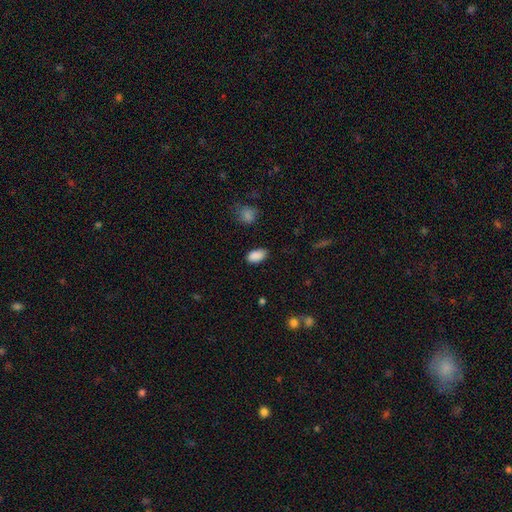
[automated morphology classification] Smooth or featured: smooth — 89% (star or artifact — 8%)
How rounded: in between — 93% (round — 6%)
Merging: none — 81% (minor disturbance — 14%)